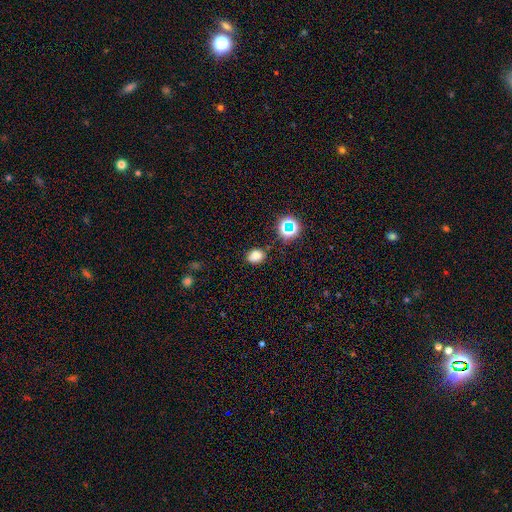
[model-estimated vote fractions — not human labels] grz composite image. It shows a smooth galaxy with no disk features (75%) that is in between round and cigar-shaped (54%). Merging: none (76%).